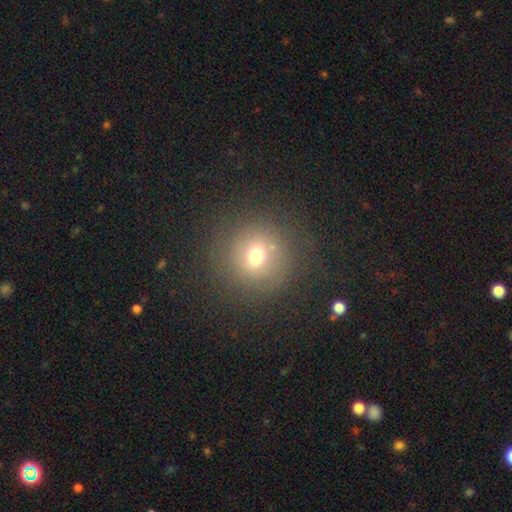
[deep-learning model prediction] The model was most divided on "smooth or featured": smooth: 67%, star or artifact: 19%, featured or disk: 15%. More confident: how rounded — round (92%); merging — none (81%).